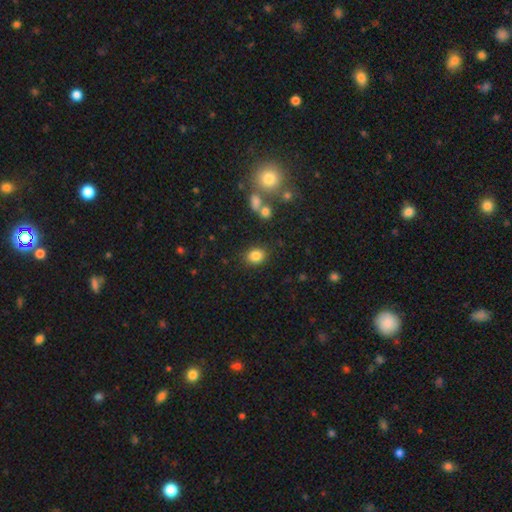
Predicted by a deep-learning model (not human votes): smooth-or-featured: smooth: 83% | star or artifact: 11% | featured or disk: 6%
  how-rounded: round: 53% | in between: 46% | cigar-shaped: 1%
  merging: none: 84% | minor disturbance: 9% | merger: 3% | major disturbance: 3%